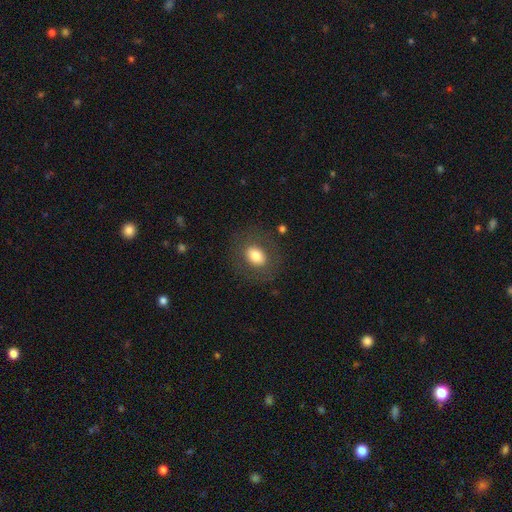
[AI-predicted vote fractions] Morphology: type=smooth (74%); roundness=in between (57%); merging=none (82%).